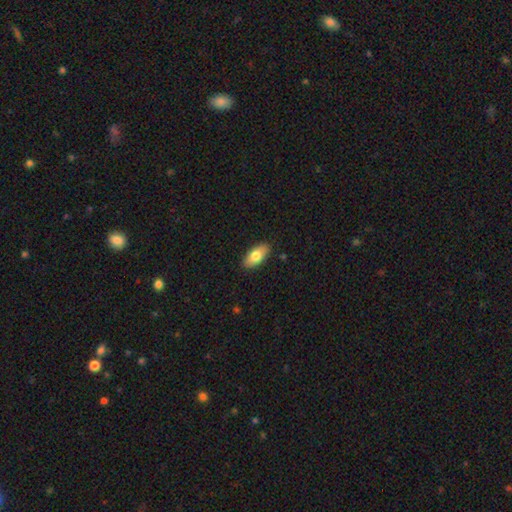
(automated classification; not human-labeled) smooth-or-featured: smooth: 76% | featured or disk: 17% | star or artifact: 6%
  how-rounded: in between: 90% | cigar-shaped: 7% | round: 3%
  merging: none: 88% | minor disturbance: 9% | major disturbance: 2% | merger: 1%